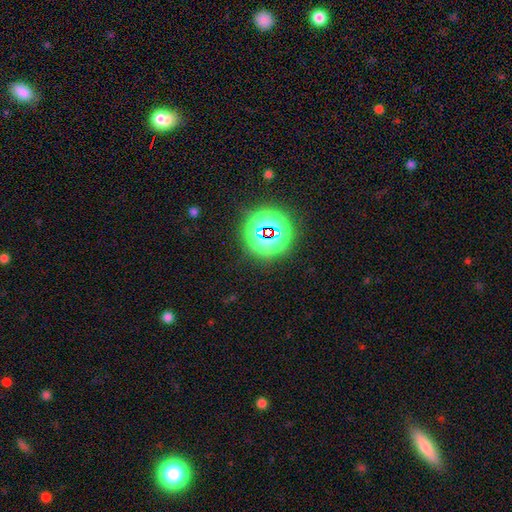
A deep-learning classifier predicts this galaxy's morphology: smooth_or_featured: star or artifact (p=0.74) [alt: smooth p=0.17]